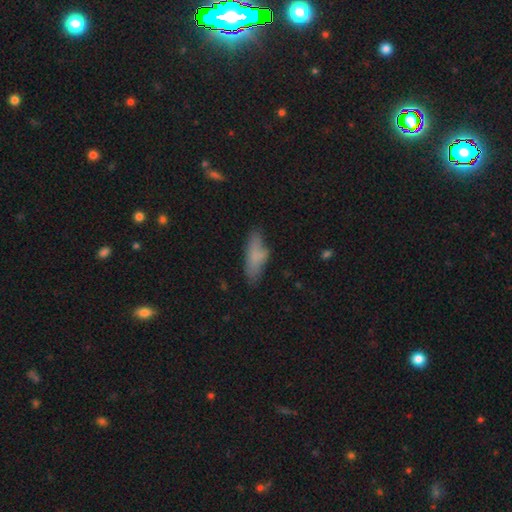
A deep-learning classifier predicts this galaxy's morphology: Smooth or featured?
  - smooth: 75% *
  - featured or disk: 17%
  - star or artifact: 8%
How rounded?
  - in between: 60% *
  - cigar-shaped: 37%
  - round: 2%
Merging?
  - none: 64% *
  - minor disturbance: 26%
  - major disturbance: 7%
  - merger: 3%